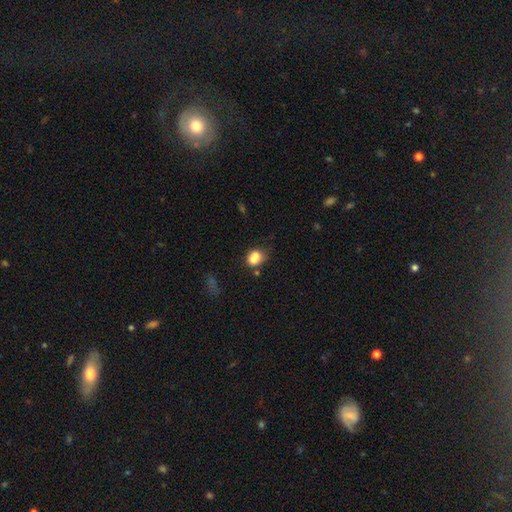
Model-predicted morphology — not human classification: This is likely a smooth galaxy (77%). How rounded: possibly round (52%). Merging: marginally none (39%).